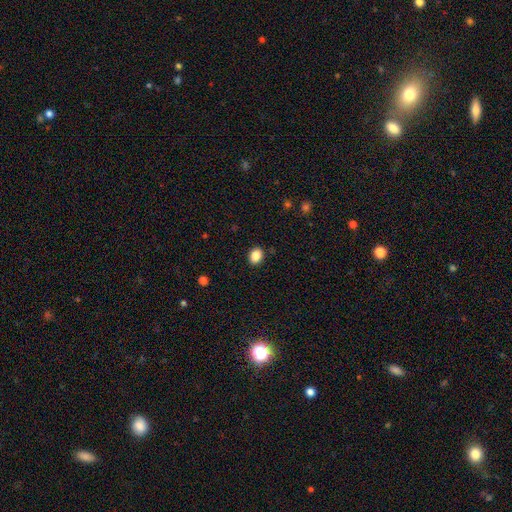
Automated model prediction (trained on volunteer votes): Smooth or featured? smooth (86%)
How rounded? in between (54%)
Merging? none (90%)